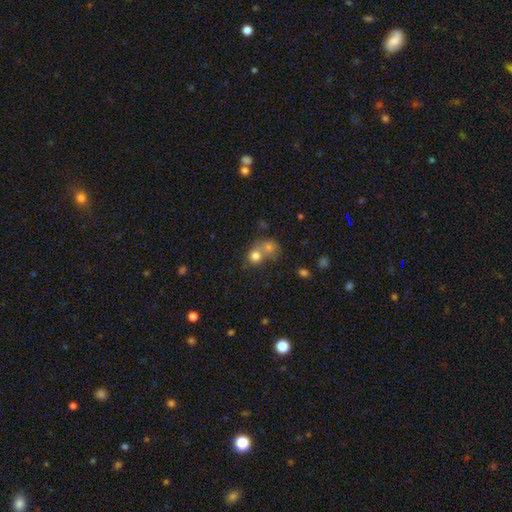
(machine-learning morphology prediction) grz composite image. It shows a smooth galaxy with no disk features (76%) that is round (79%). Merging: merger (53%).